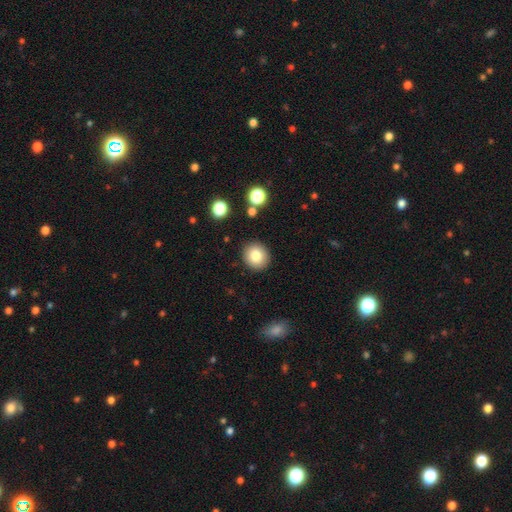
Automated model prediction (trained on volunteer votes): The model was most divided on "how rounded": round: 84%, in between: 15%, cigar-shaped: 1%. More confident: merging — none (89%); smooth or featured — smooth (83%).